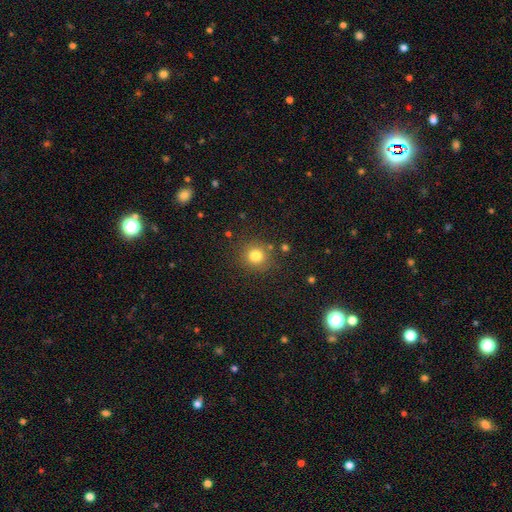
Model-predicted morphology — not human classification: Smooth or featured? Predicted: smooth (p=0.80). How rounded? Predicted: round (p=0.92). Merging? Predicted: none (p=0.86).